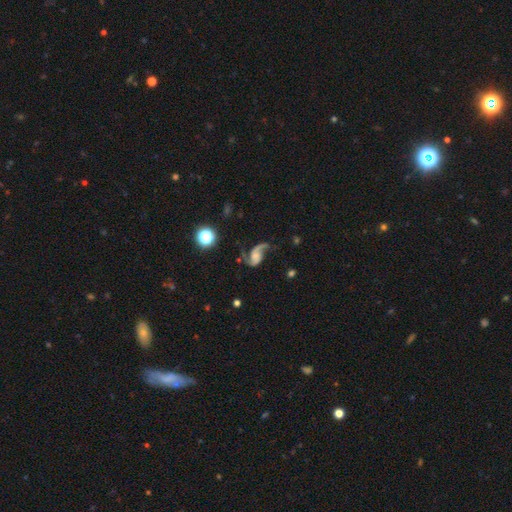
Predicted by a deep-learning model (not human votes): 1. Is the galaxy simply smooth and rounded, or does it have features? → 84% featured or disk, 9% smooth, 7% star or artifact.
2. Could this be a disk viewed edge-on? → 98% no, 2% yes.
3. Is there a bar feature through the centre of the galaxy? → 63% no, 29% weak, 8% strong.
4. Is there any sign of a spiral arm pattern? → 96% yes, 4% no.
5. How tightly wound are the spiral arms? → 65% loose, 28% medium, 6% tight.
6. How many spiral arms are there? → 86% 2, 9% 1, 2% can't tell, 1% 3, 1% 4, 1% more than 4.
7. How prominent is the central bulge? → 36% small, 30% none, 24% moderate, 8% large, 3% dominant.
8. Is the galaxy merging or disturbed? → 53% none, 21% minor disturbance, 21% major disturbance, 5% merger.